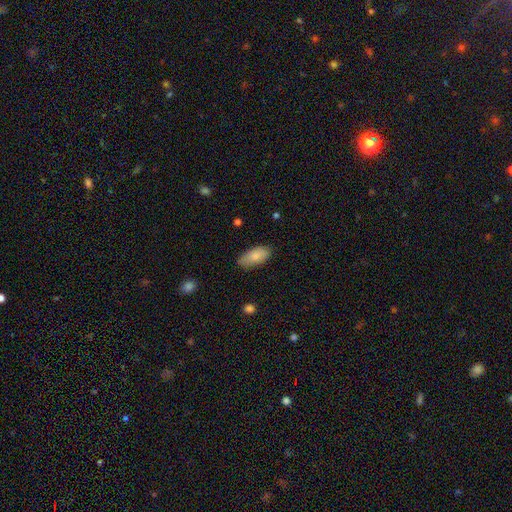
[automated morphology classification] Smooth or featured?
  - smooth: 82% *
  - featured or disk: 12%
  - star or artifact: 6%
How rounded?
  - in between: 90% *
  - cigar-shaped: 8%
  - round: 2%
Merging?
  - none: 75% *
  - minor disturbance: 20%
  - major disturbance: 3%
  - merger: 1%